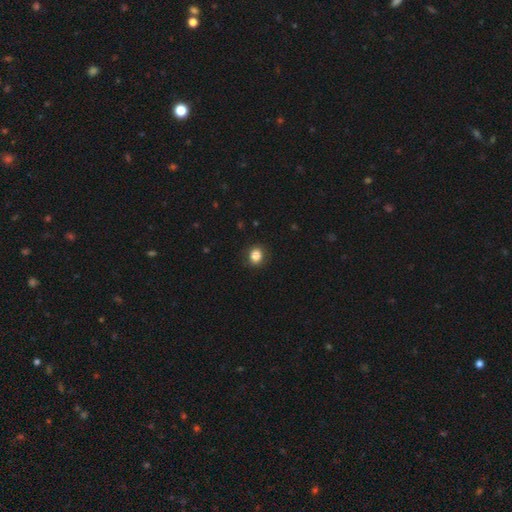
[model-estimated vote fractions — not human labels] Smooth or featured? smooth (85%)
How rounded? round (68%)
Merging? none (89%)